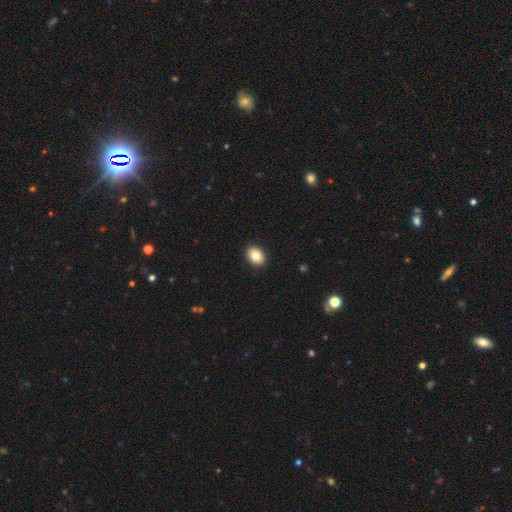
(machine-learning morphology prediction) smooth_or_featured: smooth (p=0.84) [alt: star or artifact p=0.08]
how_rounded: in between (p=0.65) [alt: round p=0.34]
merging: none (p=0.92) [alt: minor disturbance p=0.06]